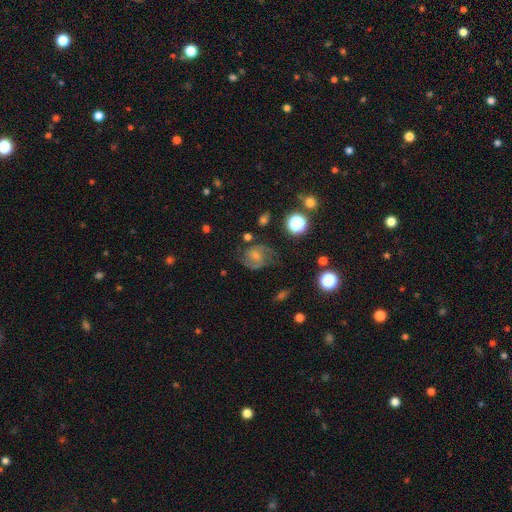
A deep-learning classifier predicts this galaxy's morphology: Smooth or featured: featured or disk — 62% (smooth — 25%)
Edge-on disk: no — 97% (yes — 3%)
Bar: no — 45% (tied with weak — 45%)
Spiral arms: yes — 89% (no — 11%)
Spiral winding: medium — 53% (loose — 25%)
Spiral arm count: 2 — 77% (can't tell — 12%)
Bulge size: small — 39% (moderate — 36%)
Merging: none — 60% (minor disturbance — 21%)